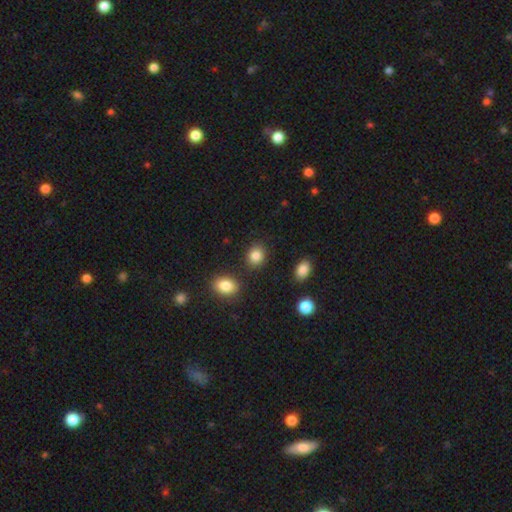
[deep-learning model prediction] Overall: smooth (86%). How rounded: round (60%; in between 39%). Merging: none (83%).